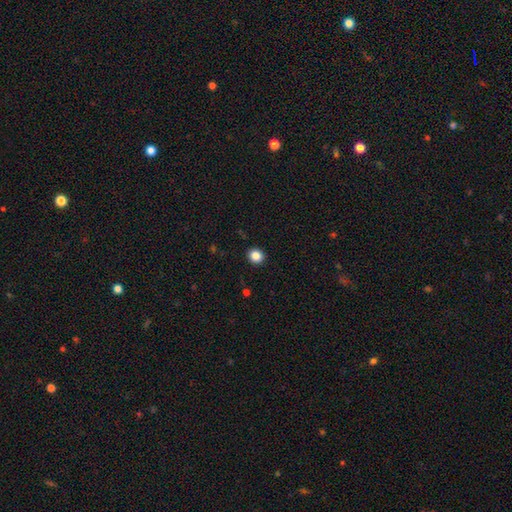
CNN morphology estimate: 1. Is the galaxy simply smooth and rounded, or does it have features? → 85% smooth, 11% star or artifact, 4% featured or disk.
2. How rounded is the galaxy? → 86% round, 14% in between, 1% cigar-shaped.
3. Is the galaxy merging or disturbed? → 92% none, 5% minor disturbance, 2% major disturbance, 1% merger.